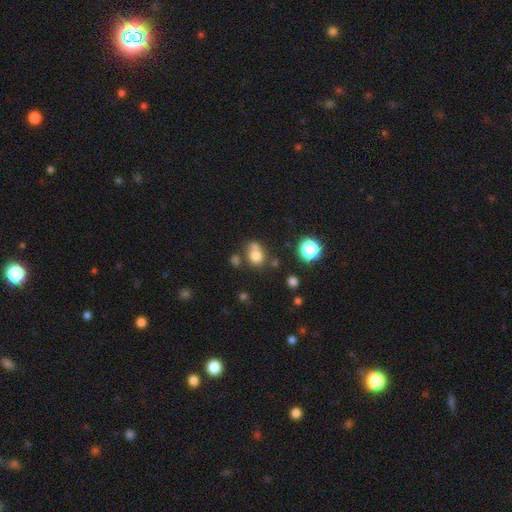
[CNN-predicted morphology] smooth-or-featured: smooth: 73% | star or artifact: 16% | featured or disk: 11%
  how-rounded: round: 63% | in between: 36% | cigar-shaped: 1%
  merging: none: 47% | merger: 29% | minor disturbance: 16% | major disturbance: 8%